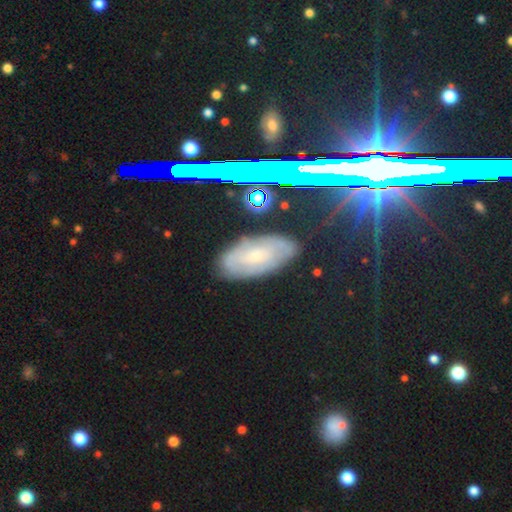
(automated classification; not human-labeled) Smooth or featured: featured or disk — 42% (tied with smooth — 42%)
Merging: none — 78% (minor disturbance — 16%)